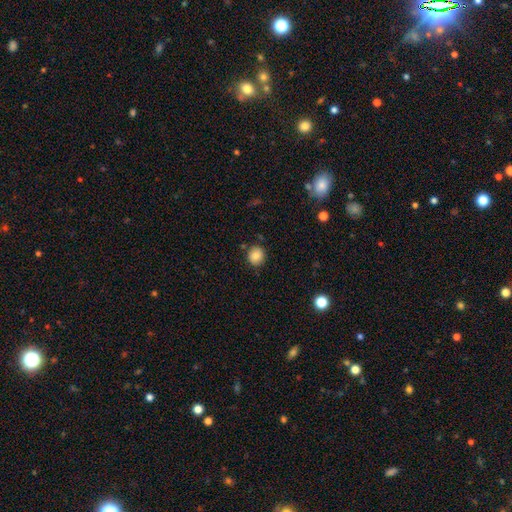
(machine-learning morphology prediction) smooth 86%, star or artifact 10%, featured or disk 5%. Down the decision tree: how rounded — round (85%); merging — none (85%).